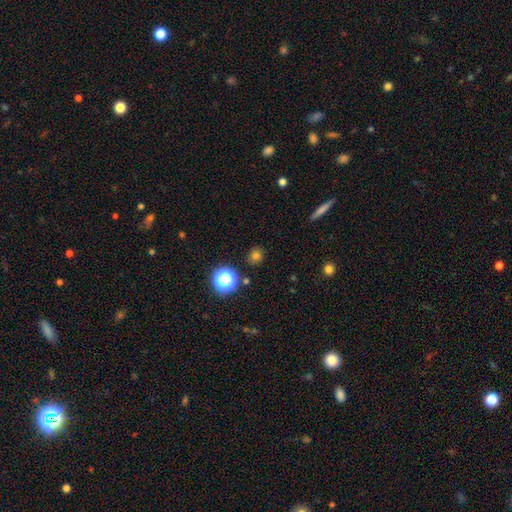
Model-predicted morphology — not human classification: Smooth or featured?
  - smooth: 75% *
  - star or artifact: 19%
  - featured or disk: 6%
How rounded?
  - round: 86% *
  - in between: 13%
  - cigar-shaped: 1%
Merging?
  - none: 88% *
  - minor disturbance: 8%
  - major disturbance: 3%
  - merger: 2%